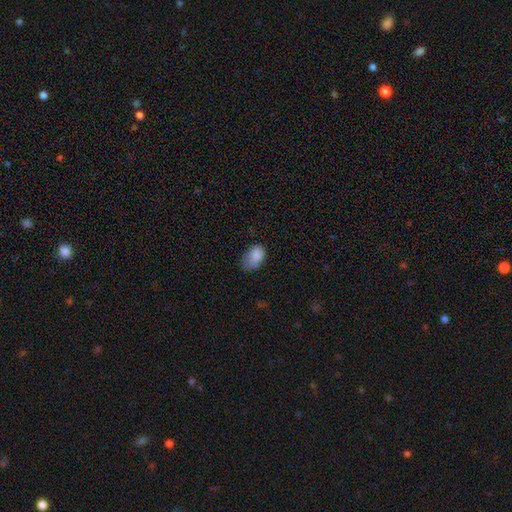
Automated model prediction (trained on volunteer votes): Overall: smooth (83%). How rounded: in between (87%). Merging: none (47%; minor disturbance 36%).